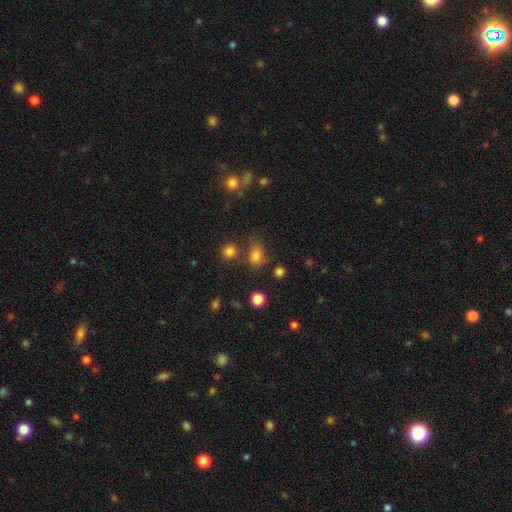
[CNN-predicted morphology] The model was most divided on "how rounded": in between: 50%, round: 49%, cigar-shaped: 2%. More confident: smooth or featured — smooth (75%); merging — none (66%).